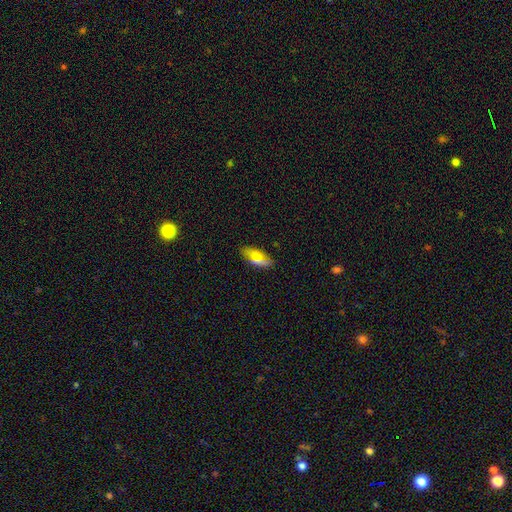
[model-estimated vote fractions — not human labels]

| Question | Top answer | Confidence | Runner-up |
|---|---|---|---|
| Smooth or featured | smooth | 65% | featured or disk (18%) |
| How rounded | in between | 76% | cigar-shaped (19%) |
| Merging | none | 77% | minor disturbance (14%) |